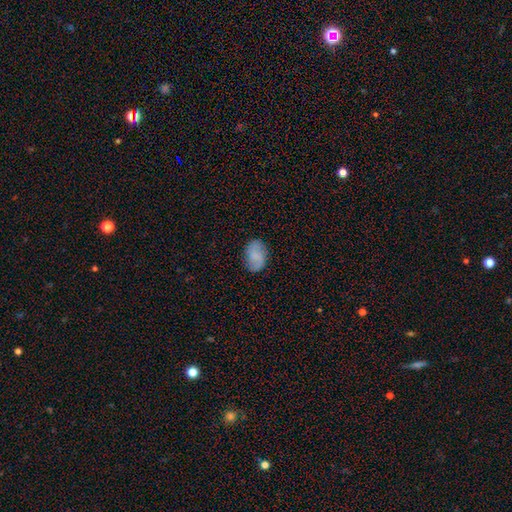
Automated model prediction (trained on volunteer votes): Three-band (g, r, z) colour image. It shows a smooth galaxy with no disk features (61%) that is in between round and cigar-shaped (88%). Merging: none (79%).